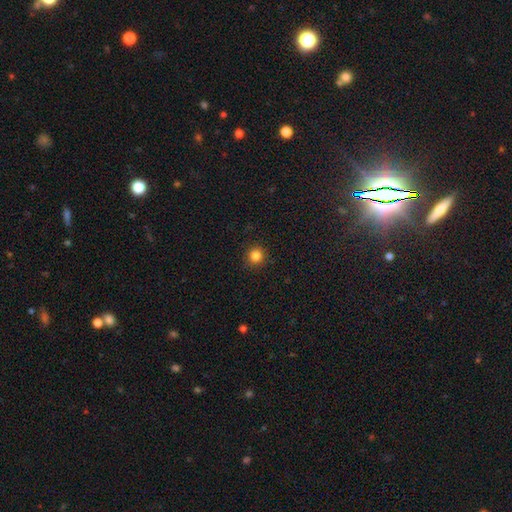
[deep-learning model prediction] A smooth galaxy with no disk features (84%) that is round (94%).

Vote fractions:
- Smooth or featured? smooth: 84% / star or artifact: 12% / featured or disk: 4%
- How rounded? round: 94% / in between: 5% / cigar-shaped: 1%
- Merging? none: 91% / minor disturbance: 6% / major disturbance: 2% / merger: 1%